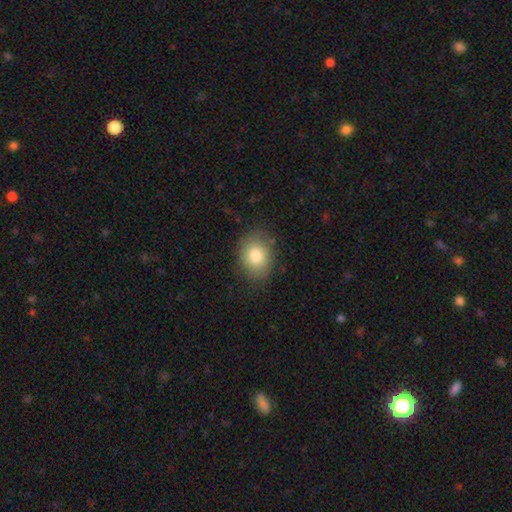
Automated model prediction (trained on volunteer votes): Overall: smooth (80%). How rounded: in between (51%; round 48%). Merging: none (80%).